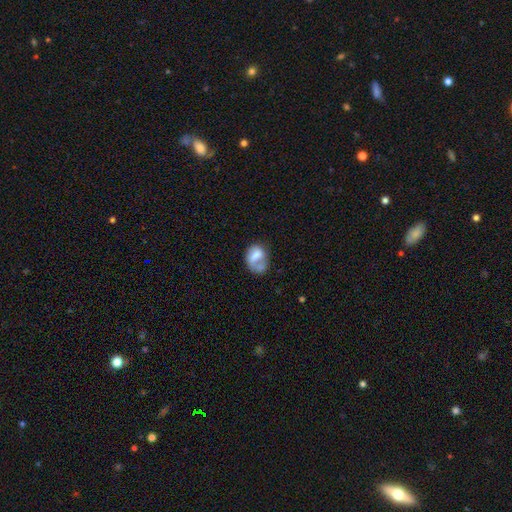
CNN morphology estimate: Smooth or featured: smooth — 62% (featured or disk — 30%)
How rounded: in between — 68% (round — 31%)
Merging: none — 31% (major disturbance — 25%)